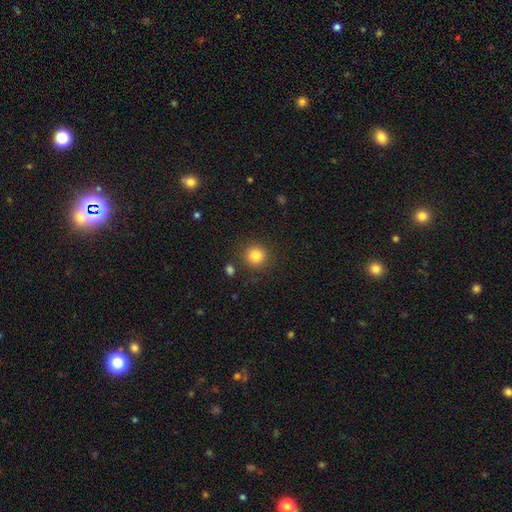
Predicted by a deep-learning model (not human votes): smooth 83%, star or artifact 12%, featured or disk 6%. Down the decision tree: how rounded — round (92%); merging — none (87%).